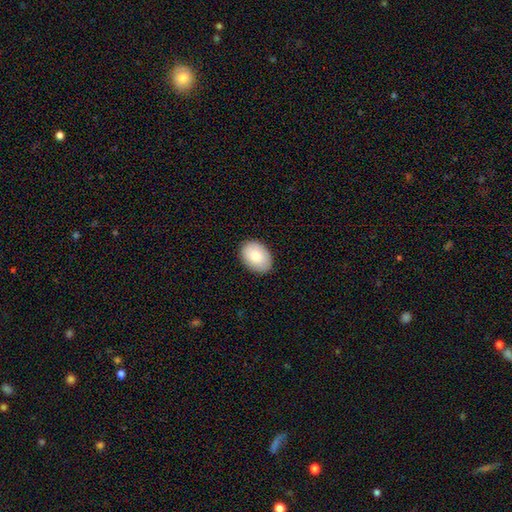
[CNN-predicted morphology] Overall: smooth (79%). How rounded: in between (79%). Merging: none (87%).